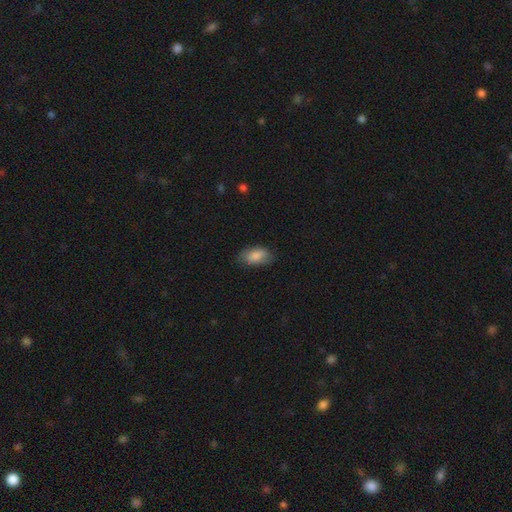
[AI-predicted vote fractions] A smooth galaxy with no disk features (82%) that is in between round and cigar-shaped (91%).

Vote fractions:
- Smooth or featured? smooth: 82% / featured or disk: 11% / star or artifact: 7%
- How rounded? in between: 91% / round: 5% / cigar-shaped: 4%
- Merging? none: 78% / minor disturbance: 17% / major disturbance: 3% / merger: 1%